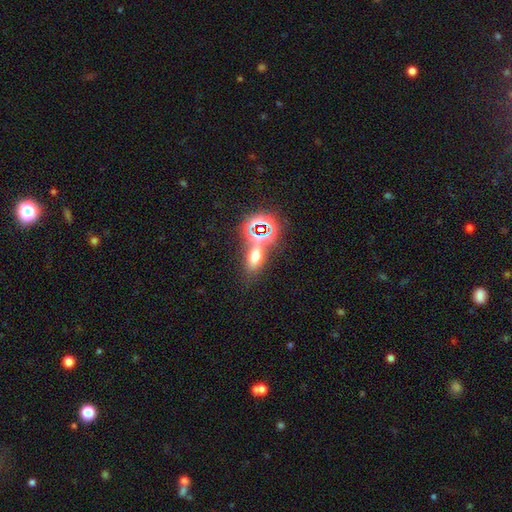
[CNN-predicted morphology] Smooth or featured: smooth — 56% (star or artifact — 32%)
How rounded: in between — 73% (round — 21%)
Merging: none — 58% (merger — 28%)